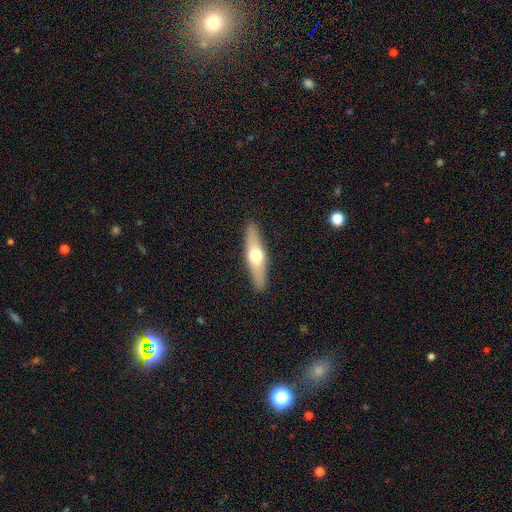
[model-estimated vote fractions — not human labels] Smooth or featured? Predicted: featured or disk (p=0.49). Merging? Predicted: none (p=0.90).